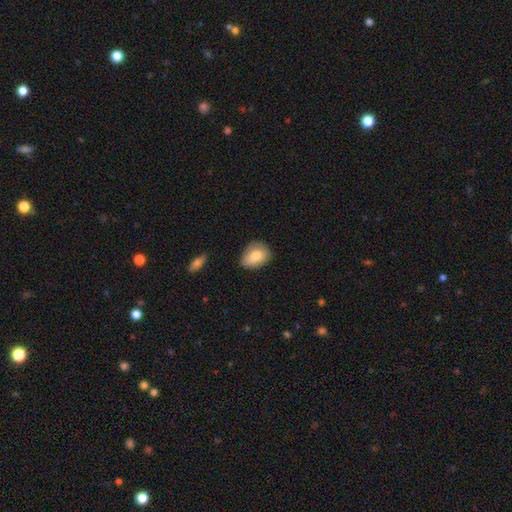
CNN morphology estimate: Q: Smooth or featured?
A: smooth (78%); runner-up: featured or disk (15%)
Q: How rounded?
A: in between (69%); runner-up: round (30%)
Q: Merging?
A: none (65%); runner-up: minor disturbance (28%)